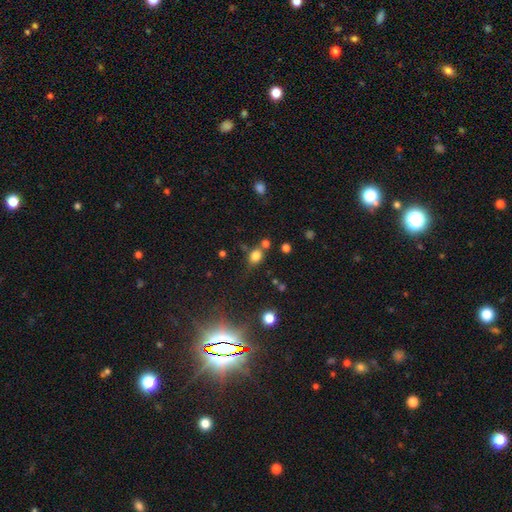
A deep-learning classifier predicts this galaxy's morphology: This appears to be a smooth galaxy with no disk features (77%) that is round (50%). Merging: none (61%).